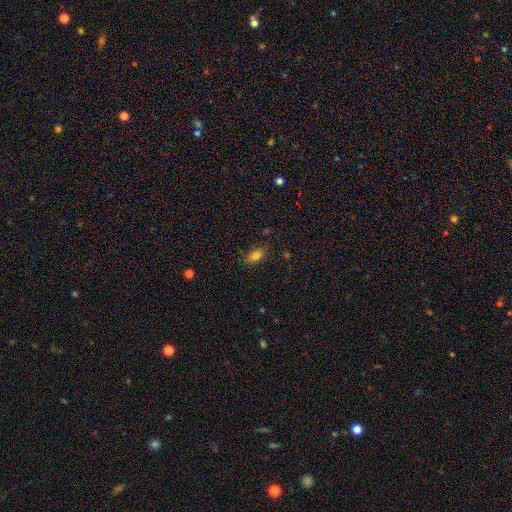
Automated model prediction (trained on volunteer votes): smooth-or-featured: smooth: 79% | star or artifact: 12% | featured or disk: 8%
  how-rounded: in between: 81% | round: 16% | cigar-shaped: 4%
  merging: none: 80% | minor disturbance: 15% | major disturbance: 4% | merger: 2%